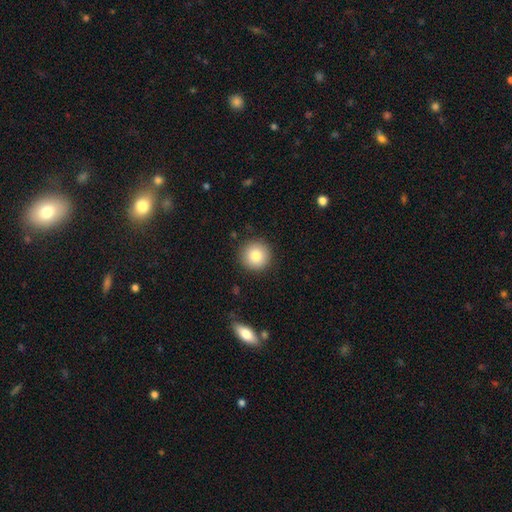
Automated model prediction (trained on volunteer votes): smooth-or-featured: smooth: 84% | star or artifact: 9% | featured or disk: 8%
  how-rounded: round: 95% | in between: 4% | cigar-shaped: 1%
  merging: none: 90% | minor disturbance: 7% | major disturbance: 2% | merger: 1%